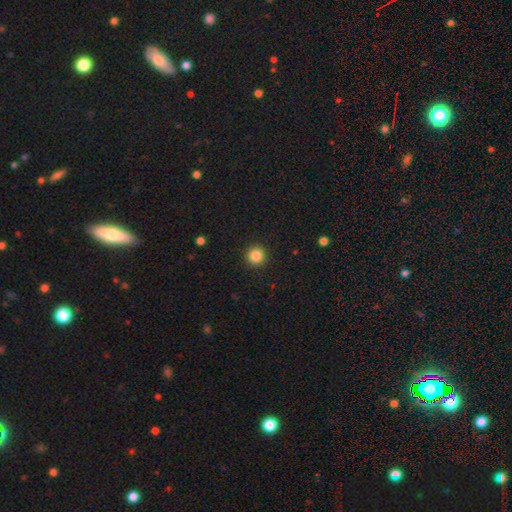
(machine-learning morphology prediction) smooth_or_featured: smooth (p=0.85) [alt: star or artifact p=0.11]
how_rounded: round (p=0.96) [alt: in between p=0.03]
merging: none (p=0.93) [alt: minor disturbance p=0.05]